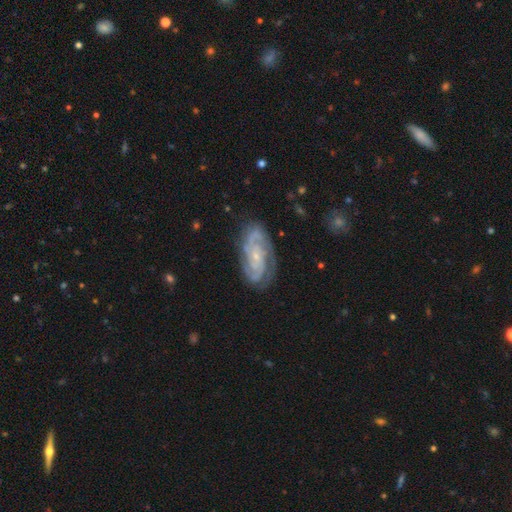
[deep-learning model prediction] Morphology: type=featured or disk (86%); edge-on=no (96%); bar=no (65%); spiral arms=yes (97%); winding=tight (60%); arm count=2 (45%); bulge=small (76%); merging=none (78%).